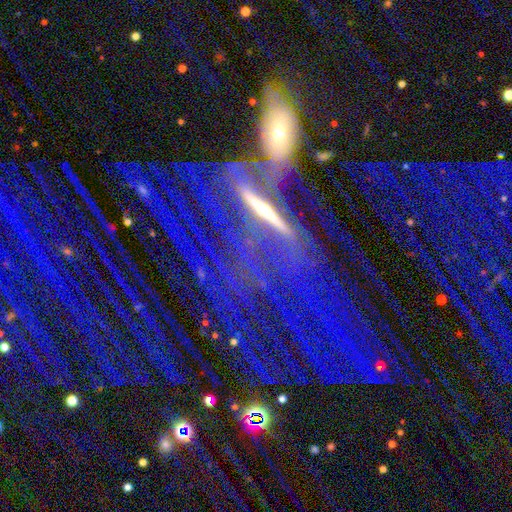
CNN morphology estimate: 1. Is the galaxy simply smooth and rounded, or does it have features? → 47% featured or disk, 36% star or artifact, 17% smooth.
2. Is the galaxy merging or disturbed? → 37% merger, 30% none, 20% major disturbance, 13% minor disturbance.